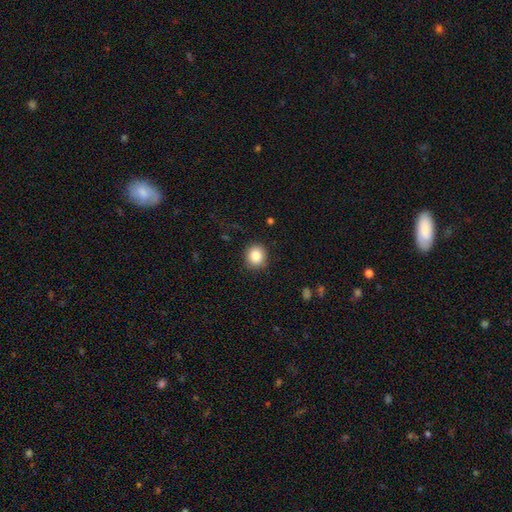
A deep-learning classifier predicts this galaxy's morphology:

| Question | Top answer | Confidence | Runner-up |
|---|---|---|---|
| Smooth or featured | smooth | 85% | star or artifact (9%) |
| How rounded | round | 87% | in between (12%) |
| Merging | none | 89% | minor disturbance (8%) |